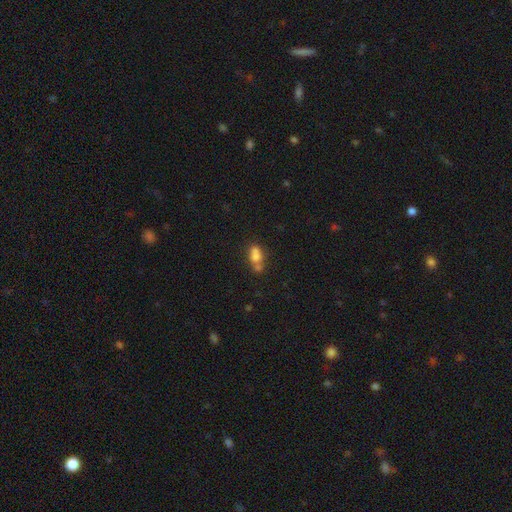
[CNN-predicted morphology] Smooth or featured? smooth (67%)
How rounded? in between (70%)
Merging? merger (45%)